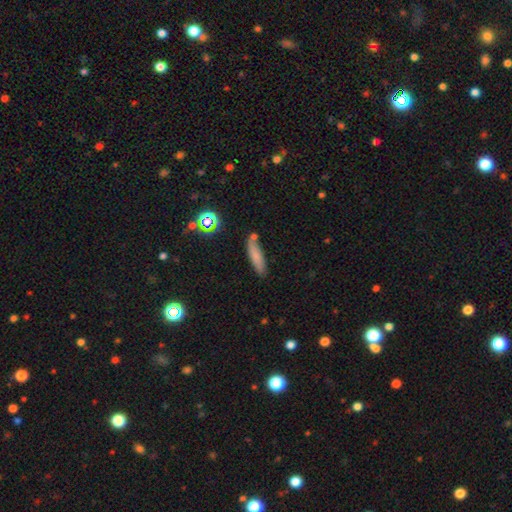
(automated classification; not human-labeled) This appears to be a smooth galaxy with no disk features (72%) that is cigar-shaped (69%). Merging: none (72%).